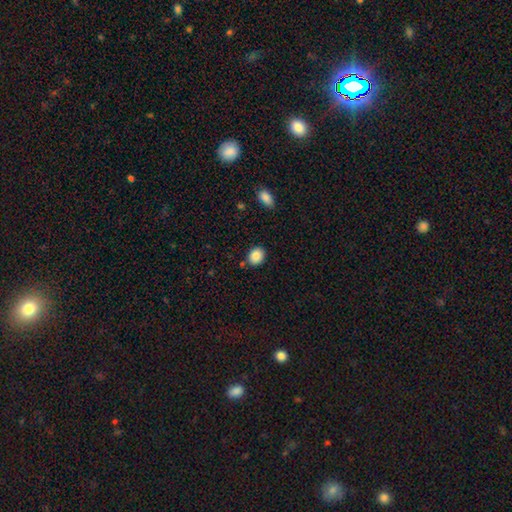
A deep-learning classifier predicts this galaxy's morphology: A smooth galaxy with no disk features (87%) that is round (51%).

Vote fractions:
- Smooth or featured? smooth: 87% / star or artifact: 8% / featured or disk: 5%
- How rounded? round: 51% / in between: 48% / cigar-shaped: 1%
- Merging? none: 84% / minor disturbance: 10% / merger: 4% / major disturbance: 2%